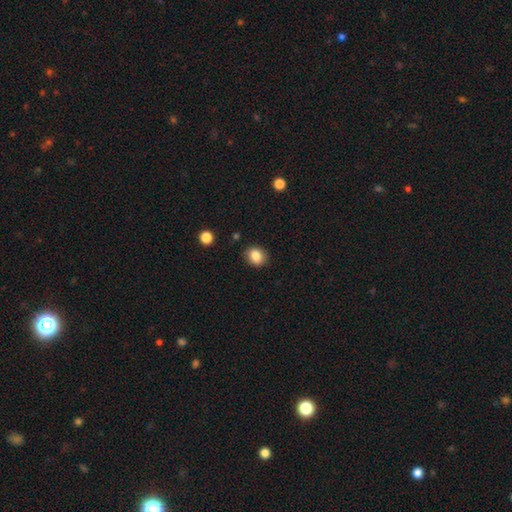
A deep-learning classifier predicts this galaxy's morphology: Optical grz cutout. It shows a smooth galaxy with no disk features (85%) that is round (67%). Merging: none (88%).